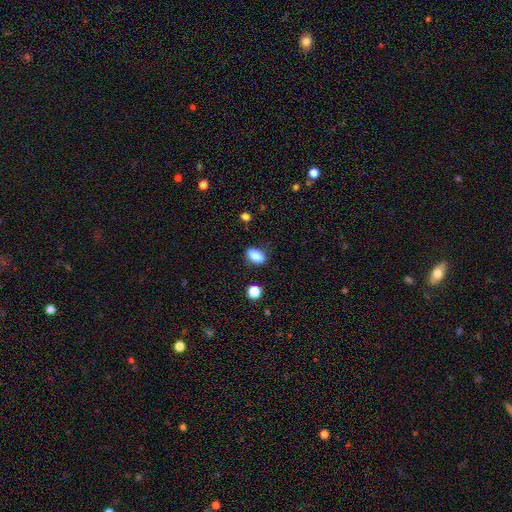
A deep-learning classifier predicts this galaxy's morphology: type=smooth (87%); roundness=in between (86%); merging=none (81%).